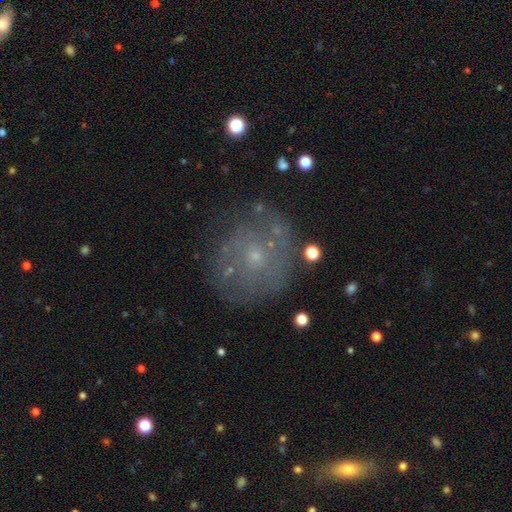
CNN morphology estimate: smooth-or-featured: featured or disk: 58% | smooth: 28% | star or artifact: 14%
  disk-edge-on: no: 97% | yes: 3%
    bar: no: 82% | weak: 15% | strong: 3%
    has-spiral-arms: yes: 59% | no: 41%
    bulge-size: small: 78% | moderate: 16% | none: 4% | large: 1% | dominant: 1%
  merging: none: 72% | minor disturbance: 17% | major disturbance: 9% | merger: 2%